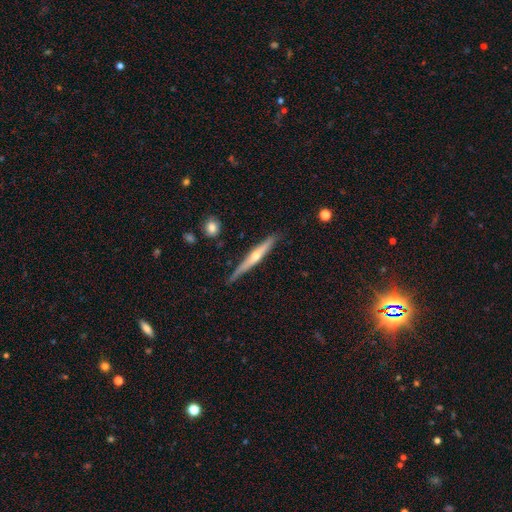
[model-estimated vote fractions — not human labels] Smooth or featured: featured or disk — 69% (smooth — 26%)
Edge-on disk: yes — 97% (no — 3%)
Edge-on bulge: rounded — 83% (none — 13%)
Merging: none — 84% (minor disturbance — 12%)